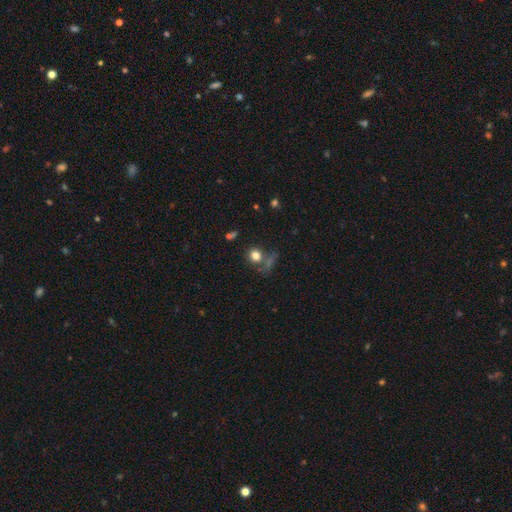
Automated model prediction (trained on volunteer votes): This appears to be a smooth galaxy with no disk features (77%) that is round (80%). Merging: none (64%).